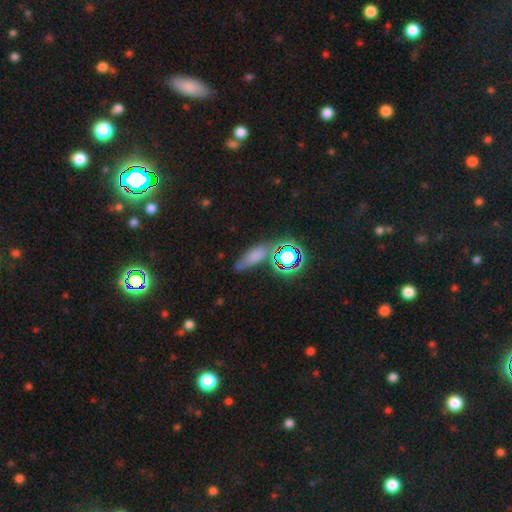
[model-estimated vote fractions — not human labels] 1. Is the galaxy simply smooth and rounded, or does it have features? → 57% smooth, 27% star or artifact, 16% featured or disk.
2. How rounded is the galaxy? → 59% in between, 31% cigar-shaped, 10% round.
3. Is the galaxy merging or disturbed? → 62% none, 20% minor disturbance, 10% merger, 8% major disturbance.